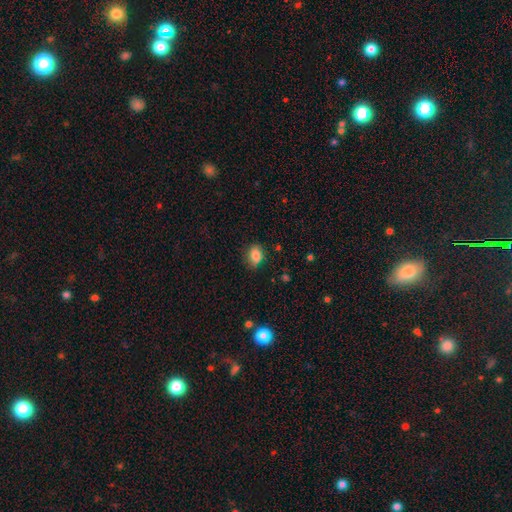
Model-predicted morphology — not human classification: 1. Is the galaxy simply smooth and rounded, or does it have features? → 83% smooth, 9% star or artifact, 8% featured or disk.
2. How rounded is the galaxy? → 68% in between, 31% round, 1% cigar-shaped.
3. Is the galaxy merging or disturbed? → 77% none, 18% minor disturbance, 3% major disturbance, 1% merger.